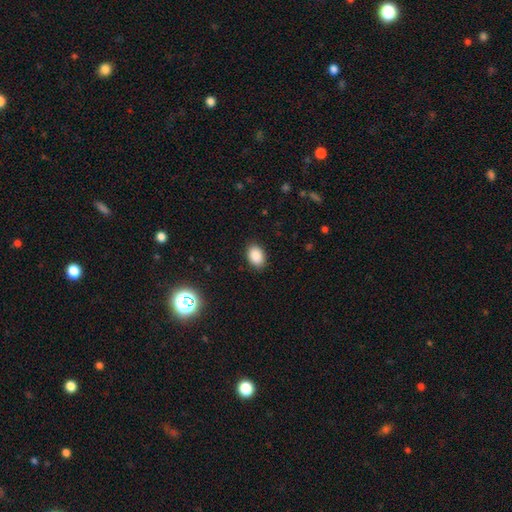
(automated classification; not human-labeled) Smooth or featured: smooth — 89% (star or artifact — 8%)
How rounded: in between — 84% (round — 15%)
Merging: none — 88% (minor disturbance — 9%)